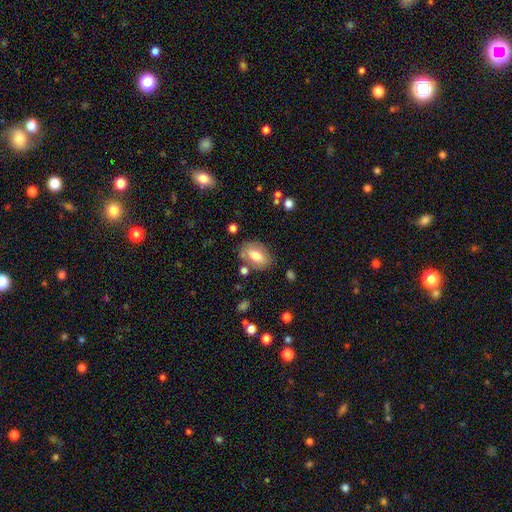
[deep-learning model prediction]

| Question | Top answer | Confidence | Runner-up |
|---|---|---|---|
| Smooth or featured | smooth | 68% | featured or disk (25%) |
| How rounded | in between | 87% | round (11%) |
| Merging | none | 72% | minor disturbance (17%) |